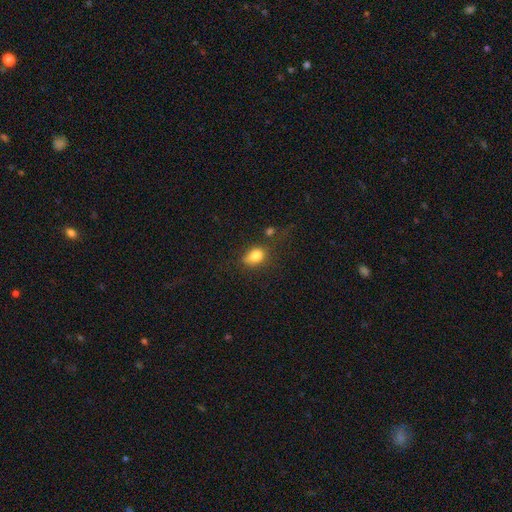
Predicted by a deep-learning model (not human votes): Smooth or featured?
  - smooth: 82% *
  - star or artifact: 10%
  - featured or disk: 8%
How rounded?
  - in between: 72% *
  - round: 26%
  - cigar-shaped: 2%
Merging?
  - none: 58% *
  - minor disturbance: 24%
  - major disturbance: 11%
  - merger: 7%